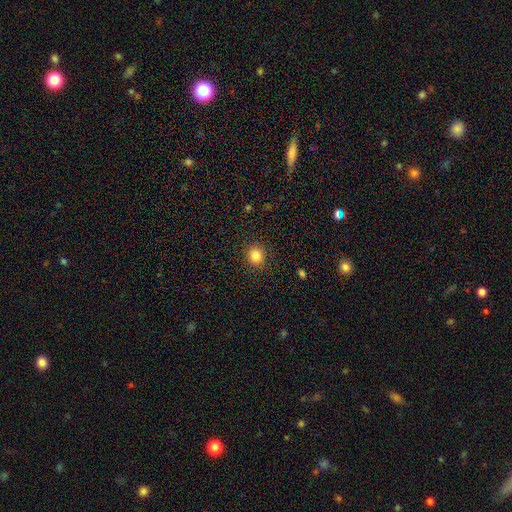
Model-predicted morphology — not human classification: smooth_or_featured: smooth (p=0.84) [alt: star or artifact p=0.11]
how_rounded: round (p=0.86) [alt: in between p=0.13]
merging: none (p=0.90) [alt: minor disturbance p=0.06]